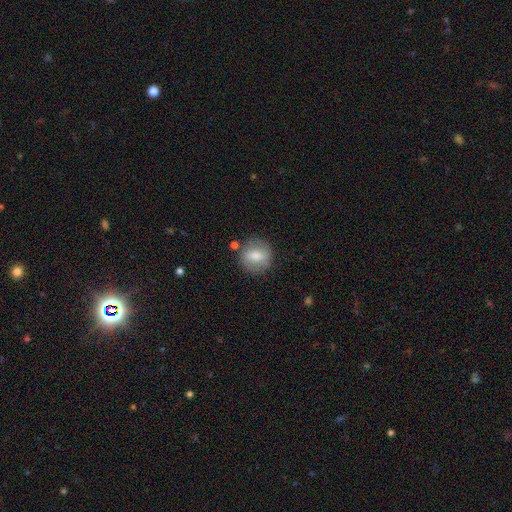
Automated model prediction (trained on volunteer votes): Q: Smooth or featured?
A: smooth (71%); runner-up: featured or disk (21%)
Q: How rounded?
A: round (83%); runner-up: in between (16%)
Q: Merging?
A: none (78%); runner-up: minor disturbance (14%)